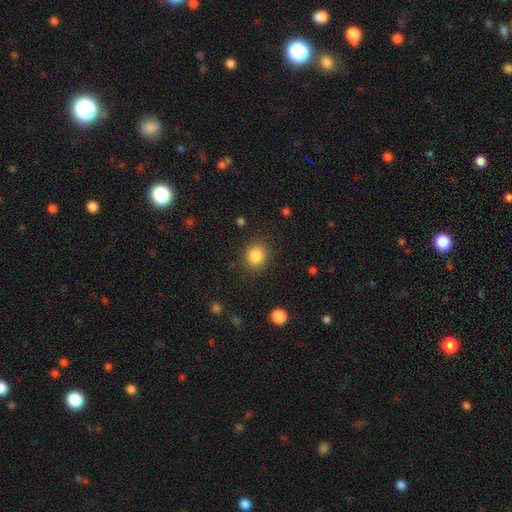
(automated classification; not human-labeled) This is clearly a smooth galaxy (85%). How rounded: likely round (79%). Merging: clearly none (87%).